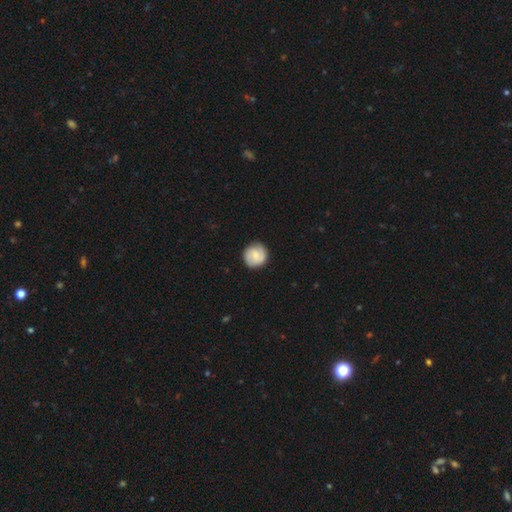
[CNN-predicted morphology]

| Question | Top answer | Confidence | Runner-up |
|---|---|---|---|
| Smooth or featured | smooth | 58% | featured or disk (36%) |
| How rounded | round | 93% | in between (6%) |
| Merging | none | 86% | minor disturbance (11%) |